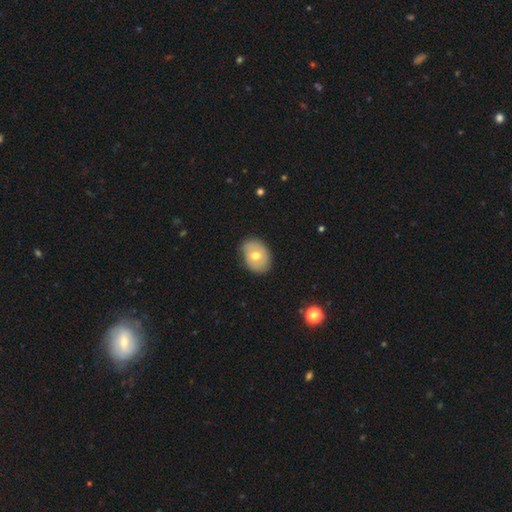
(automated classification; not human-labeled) This appears to be a smooth galaxy with no disk features (59%) that is in between round and cigar-shaped (74%). Merging: none (82%).